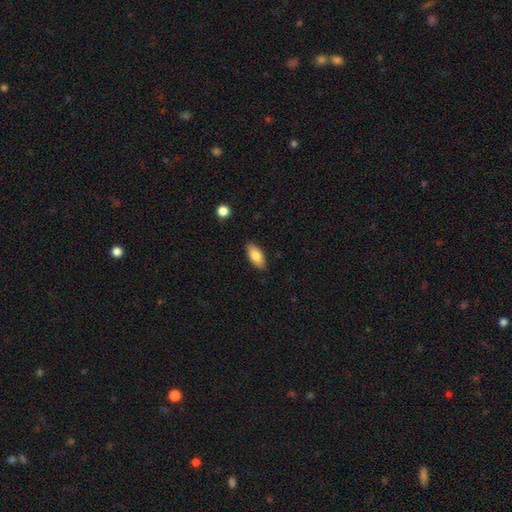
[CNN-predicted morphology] A smooth galaxy with no disk features (81%) that is in between round and cigar-shaped (87%). Merging: none (87%).